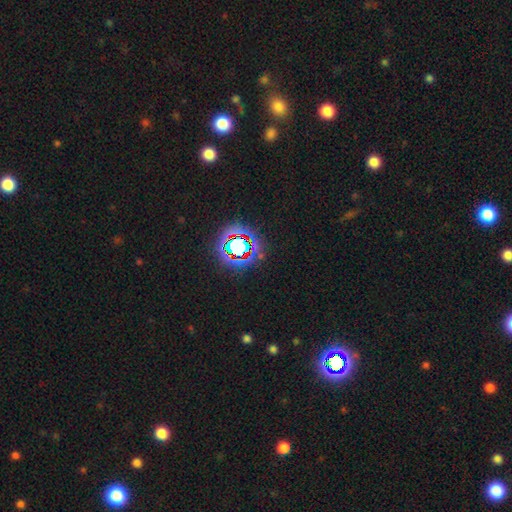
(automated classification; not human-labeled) This is likely a star or artifact rather than a galaxy (78%).